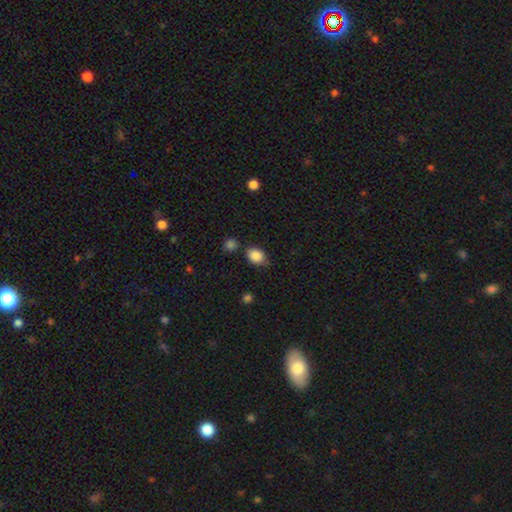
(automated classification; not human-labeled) A smooth galaxy with no disk features (87%) that is in between round and cigar-shaped (66%). Merging: none (68%).